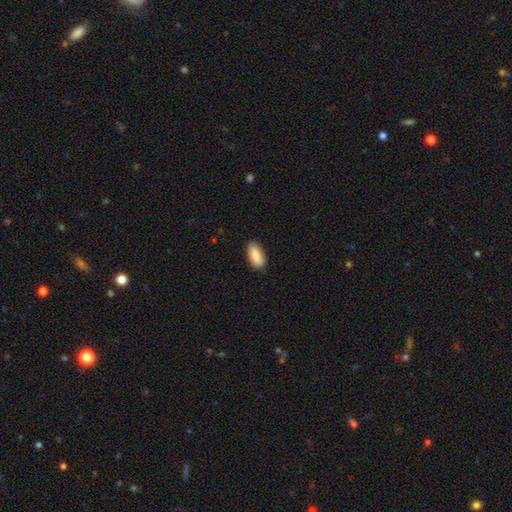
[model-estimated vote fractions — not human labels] This is clearly a smooth galaxy (84%). How rounded: clearly in between (89%). Merging: clearly none (85%).